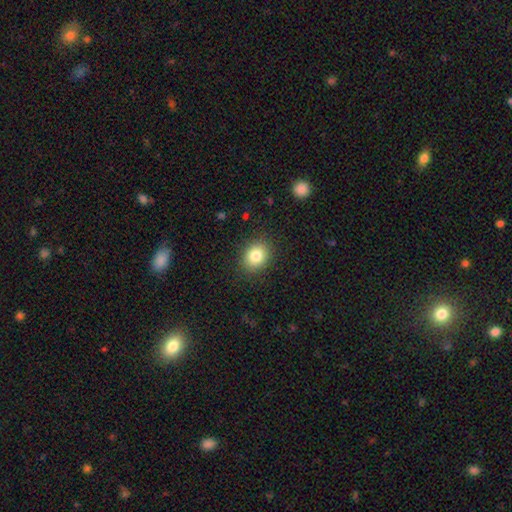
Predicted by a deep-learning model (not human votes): Q: Smooth or featured?
A: smooth (83%); runner-up: star or artifact (10%)
Q: How rounded?
A: round (54%); runner-up: in between (46%)
Q: Merging?
A: none (88%); runner-up: minor disturbance (8%)